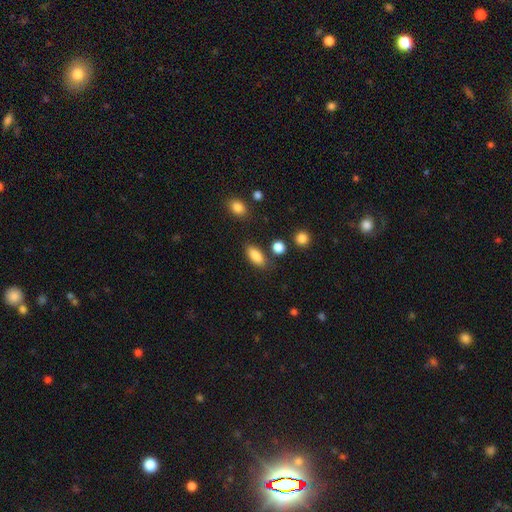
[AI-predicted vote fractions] smooth-or-featured: smooth: 86% | star or artifact: 8% | featured or disk: 6%
  how-rounded: in between: 85% | cigar-shaped: 11% | round: 4%
  merging: none: 79% | minor disturbance: 13% | merger: 5% | major disturbance: 4%